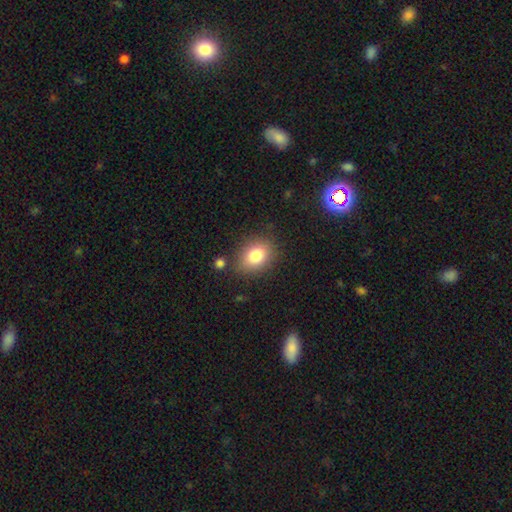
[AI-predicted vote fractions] Smooth or featured?
  - smooth: 81% *
  - star or artifact: 9%
  - featured or disk: 9%
How rounded?
  - in between: 69% *
  - round: 29%
  - cigar-shaped: 1%
Merging?
  - none: 80% *
  - minor disturbance: 12%
  - merger: 4%
  - major disturbance: 4%